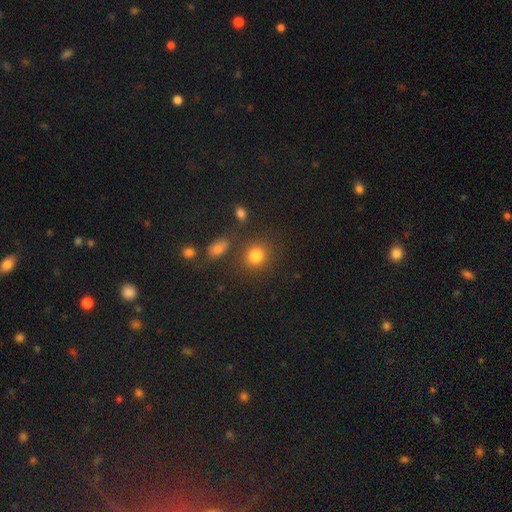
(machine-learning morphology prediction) Smooth or featured?
  - smooth: 81% *
  - star or artifact: 12%
  - featured or disk: 6%
How rounded?
  - round: 79% *
  - in between: 20%
  - cigar-shaped: 1%
Merging?
  - none: 77% *
  - minor disturbance: 10%
  - merger: 8%
  - major disturbance: 5%